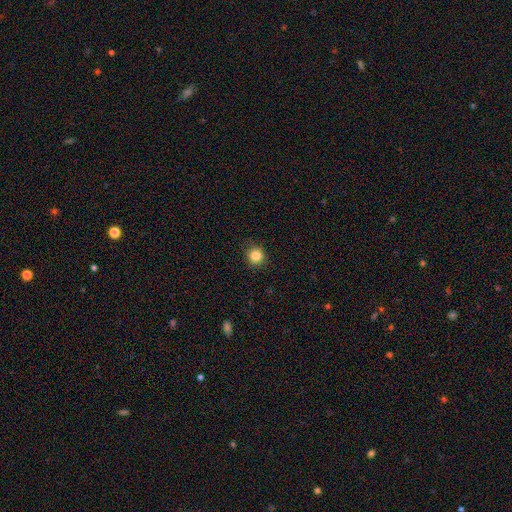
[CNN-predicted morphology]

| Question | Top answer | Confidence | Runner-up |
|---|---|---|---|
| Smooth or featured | smooth | 84% | star or artifact (11%) |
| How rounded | round | 91% | in between (8%) |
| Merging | none | 89% | minor disturbance (8%) |